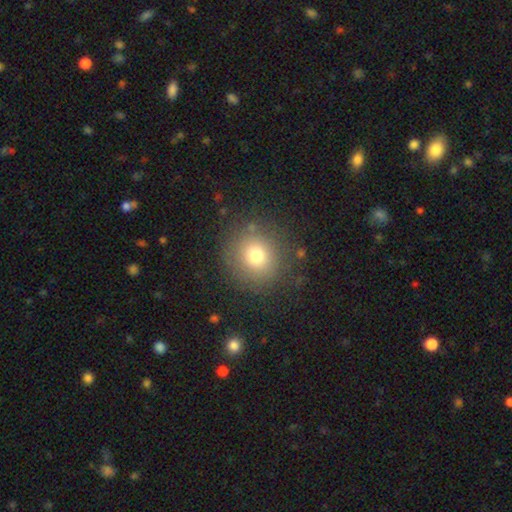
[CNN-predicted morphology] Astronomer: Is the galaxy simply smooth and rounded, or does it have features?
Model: smooth — 73%.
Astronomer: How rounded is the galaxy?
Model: round — 90%.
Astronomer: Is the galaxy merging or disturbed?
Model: none — 83%.